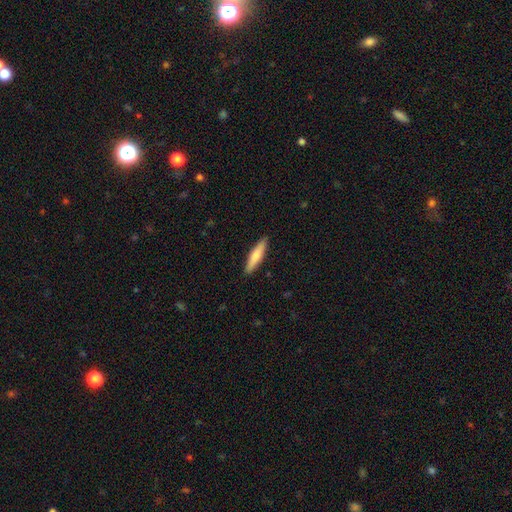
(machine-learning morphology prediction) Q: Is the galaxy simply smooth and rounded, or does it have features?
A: smooth — 68%.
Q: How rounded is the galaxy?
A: cigar-shaped — 82%.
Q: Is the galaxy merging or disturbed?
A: none — 90%.